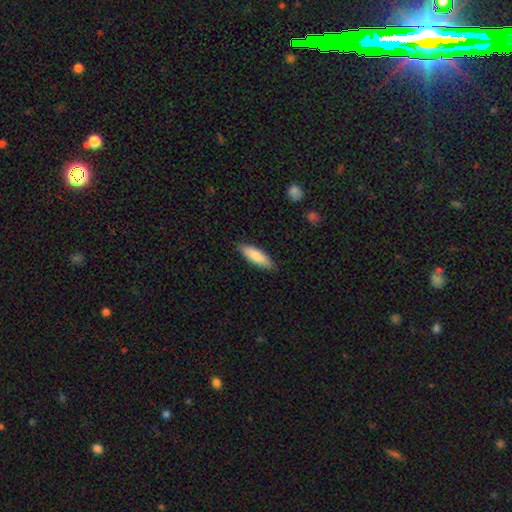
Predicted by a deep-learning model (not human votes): smooth_or_featured: smooth (p=0.83) [alt: featured or disk p=0.12]
how_rounded: cigar-shaped (p=0.50) [alt: in between p=0.48]
merging: none (p=0.86) [alt: minor disturbance p=0.11]